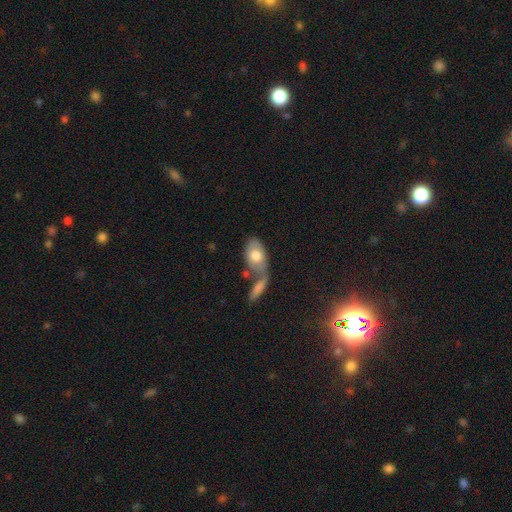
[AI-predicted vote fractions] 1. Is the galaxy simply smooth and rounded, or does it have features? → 66% smooth, 28% featured or disk, 6% star or artifact.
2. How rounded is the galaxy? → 90% in between, 6% round, 4% cigar-shaped.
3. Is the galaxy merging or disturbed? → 39% none (tied), 39% merger (tied), 15% minor disturbance, 8% major disturbance.